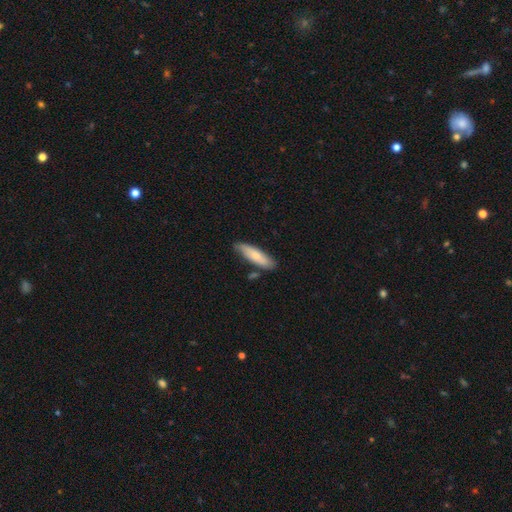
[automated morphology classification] Q: Smooth or featured?
A: smooth (71%); runner-up: featured or disk (23%)
Q: How rounded?
A: cigar-shaped (62%); runner-up: in between (37%)
Q: Merging?
A: none (74%); runner-up: minor disturbance (18%)